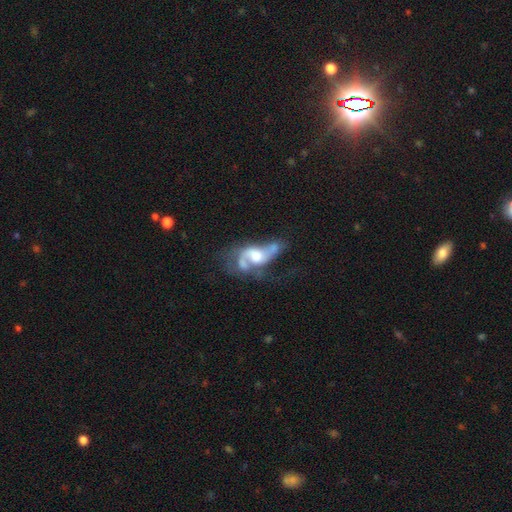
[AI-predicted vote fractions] This appears to be a featured or disk galaxy (74%) with no bar (59%), 2 (70%) loose (51%) spiral arms (81%) and a moderate central bulge (49%). Merging: major disturbance (35%).